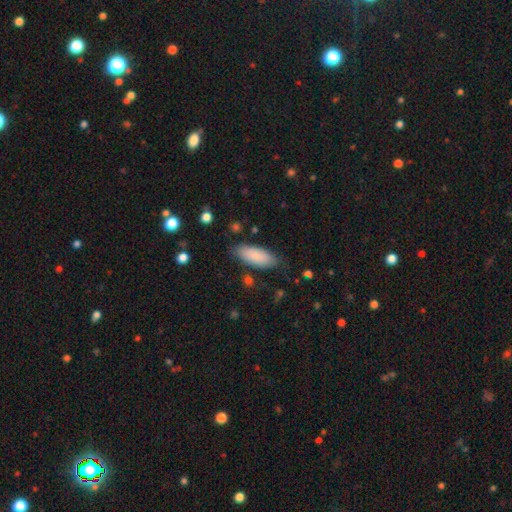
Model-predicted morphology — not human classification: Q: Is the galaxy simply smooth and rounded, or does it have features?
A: smooth — 86%.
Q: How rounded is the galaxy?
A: in between — 78%.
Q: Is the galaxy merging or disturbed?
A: none — 80%.